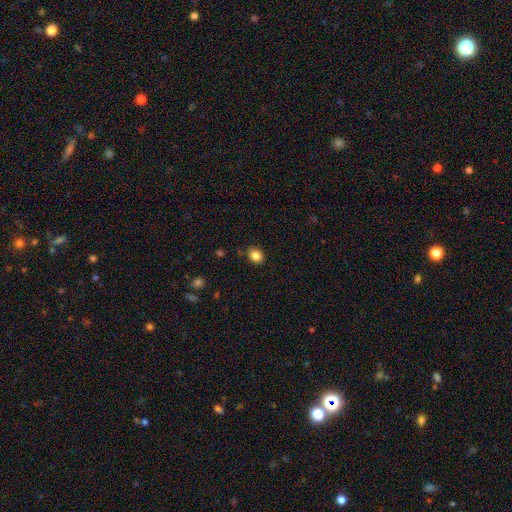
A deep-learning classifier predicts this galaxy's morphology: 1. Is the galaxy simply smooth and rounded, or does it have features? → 84% smooth, 10% star or artifact, 6% featured or disk.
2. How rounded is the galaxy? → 53% round, 46% in between, 1% cigar-shaped.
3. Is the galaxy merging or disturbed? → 86% none, 11% minor disturbance, 2% major disturbance, 2% merger.